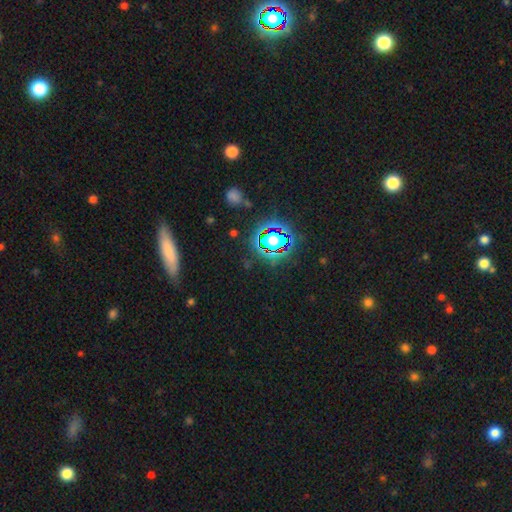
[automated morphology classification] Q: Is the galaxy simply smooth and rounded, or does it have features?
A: star or artifact — 65%.